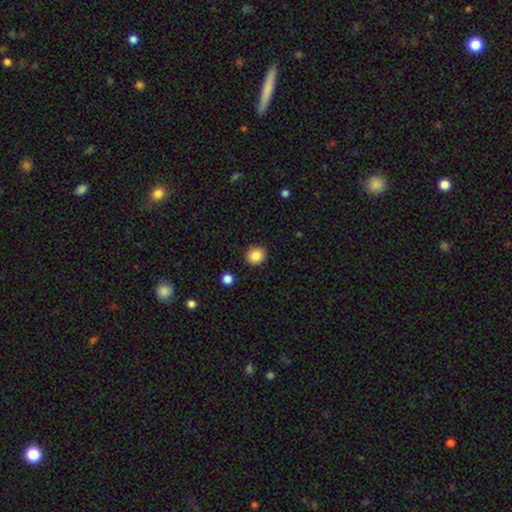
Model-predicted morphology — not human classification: type=smooth (86%); roundness=round (78%); merging=none (90%).